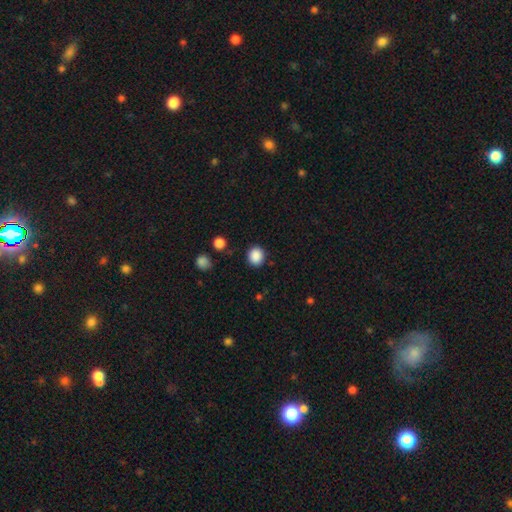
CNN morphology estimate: smooth-or-featured: smooth: 88% | star or artifact: 9% | featured or disk: 3%
  how-rounded: round: 77% | in between: 22% | cigar-shaped: 1%
  merging: none: 87% | minor disturbance: 8% | major disturbance: 3% | merger: 2%